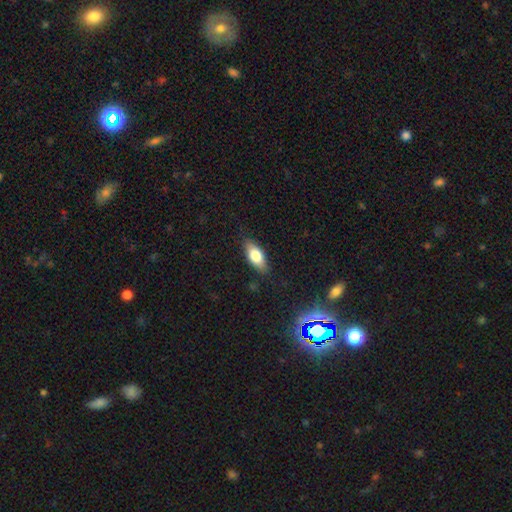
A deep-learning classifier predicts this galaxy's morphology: Overall: smooth (74%). How rounded: in between (83%). Merging: none (84%).